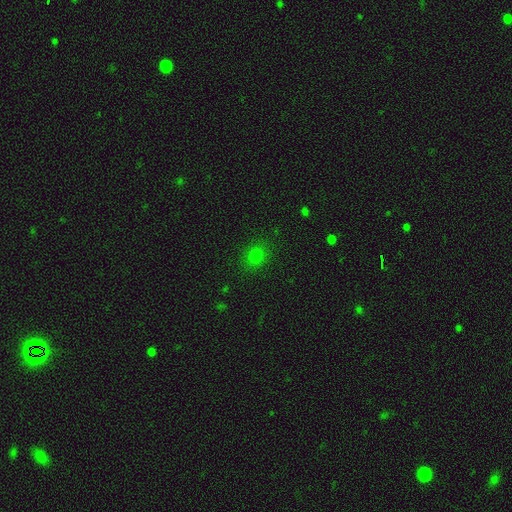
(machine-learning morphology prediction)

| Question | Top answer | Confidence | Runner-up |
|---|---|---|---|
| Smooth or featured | smooth | 75% | star or artifact (18%) |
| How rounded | round | 75% | in between (24%) |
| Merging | none | 86% | minor disturbance (9%) |